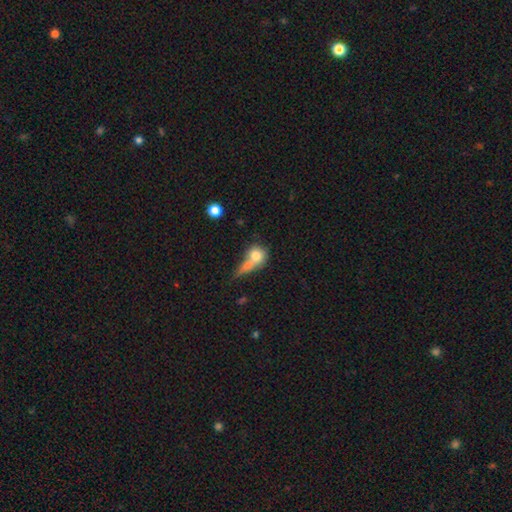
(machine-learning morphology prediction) smooth_or_featured: smooth (p=0.74) [alt: featured or disk p=0.17]
how_rounded: round (p=0.68) [alt: in between p=0.26]
merging: merger (p=0.47) [alt: none p=0.26]